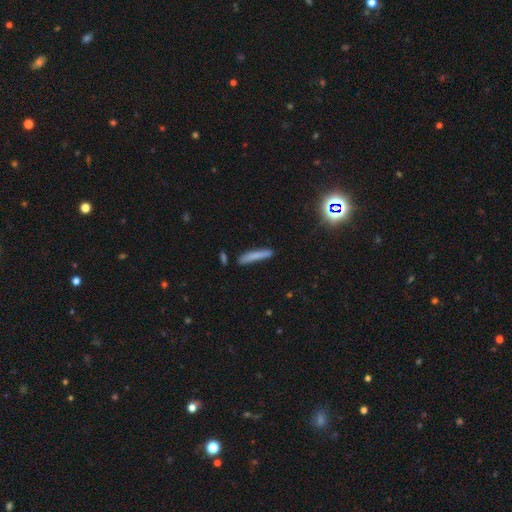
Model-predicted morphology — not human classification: Smooth or featured? Predicted: smooth (p=0.76). How rounded? Predicted: cigar-shaped (p=0.93). Merging? Predicted: none (p=0.76).